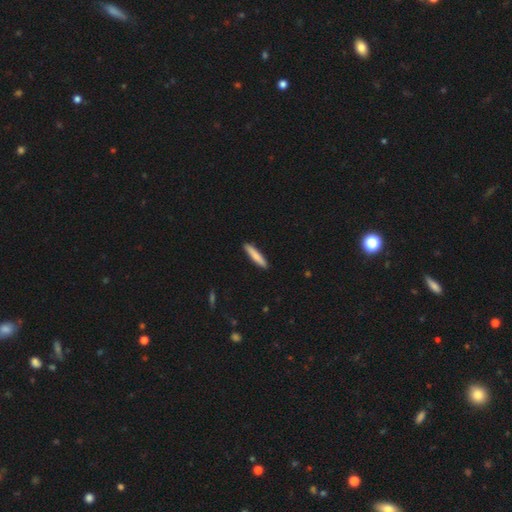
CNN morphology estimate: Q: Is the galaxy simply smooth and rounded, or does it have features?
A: smooth — 80%.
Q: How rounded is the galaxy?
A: cigar-shaped — 91%.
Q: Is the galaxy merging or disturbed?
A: none — 91%.